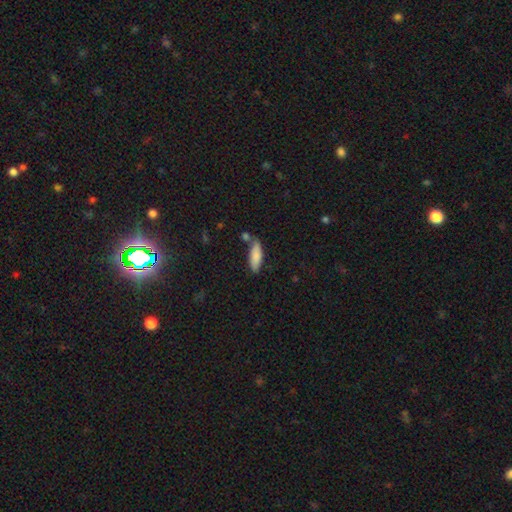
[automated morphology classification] Q: Smooth or featured?
A: smooth (83%); runner-up: featured or disk (11%)
Q: How rounded?
A: in between (59%); runner-up: cigar-shaped (39%)
Q: Merging?
A: none (63%); runner-up: minor disturbance (18%)